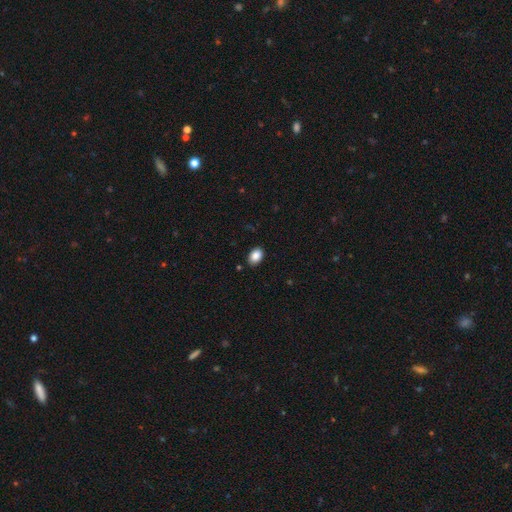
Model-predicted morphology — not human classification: Smooth or featured?
  - smooth: 88% *
  - star or artifact: 8%
  - featured or disk: 4%
How rounded?
  - in between: 83% *
  - round: 16%
  - cigar-shaped: 1%
Merging?
  - none: 88% *
  - minor disturbance: 8%
  - major disturbance: 2%
  - merger: 1%